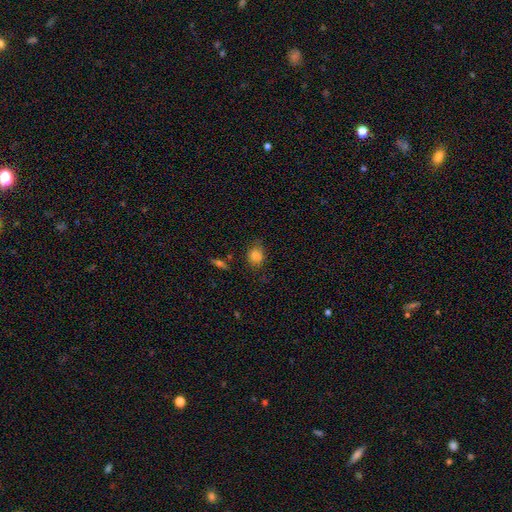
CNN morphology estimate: smooth 81%, star or artifact 10%, featured or disk 9%. Down the decision tree: how rounded — round (61%); merging — none (72%).